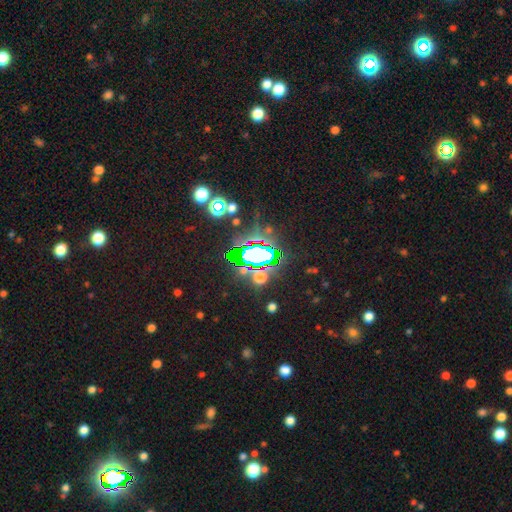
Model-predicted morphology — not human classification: Overall: star or artifact (69%).